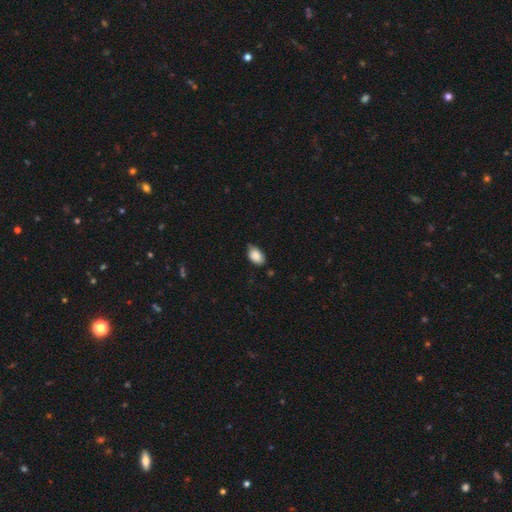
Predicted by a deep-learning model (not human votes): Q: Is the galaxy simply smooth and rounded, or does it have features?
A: smooth — 87%.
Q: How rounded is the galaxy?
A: in between — 90%.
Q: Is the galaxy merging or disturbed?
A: none — 62%.